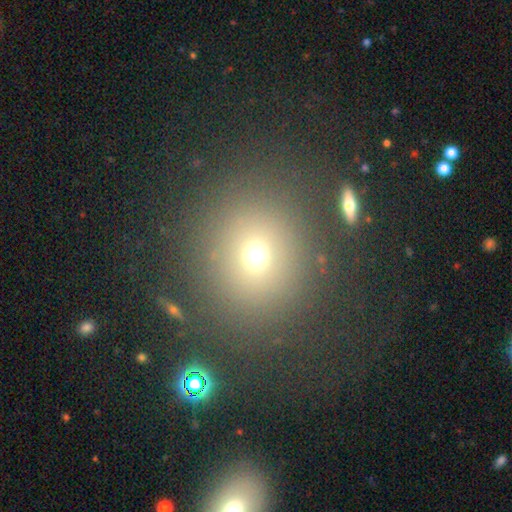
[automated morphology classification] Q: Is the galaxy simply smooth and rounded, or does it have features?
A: smooth — 66%.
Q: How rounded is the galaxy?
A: round — 88%.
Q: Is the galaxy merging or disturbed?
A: none — 82%.